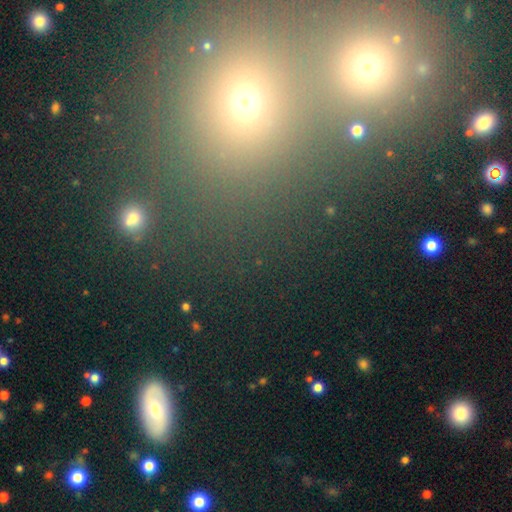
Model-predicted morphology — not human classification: smooth-or-featured: smooth: 45% | star or artifact: 42% | featured or disk: 12%
  merging: none: 68% | merger: 20% | minor disturbance: 8% | major disturbance: 5%